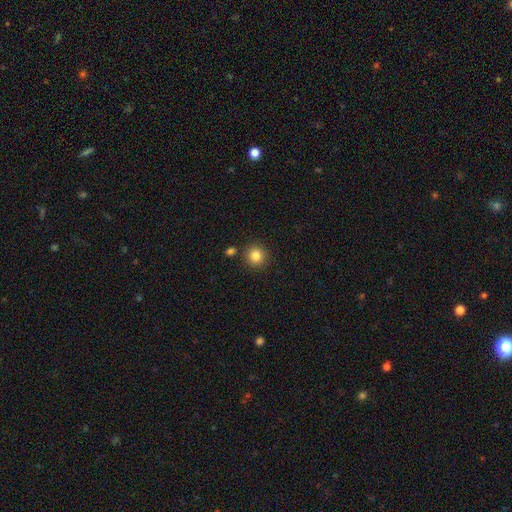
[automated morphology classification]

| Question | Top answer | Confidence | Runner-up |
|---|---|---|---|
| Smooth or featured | smooth | 84% | star or artifact (11%) |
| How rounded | round | 93% | in between (6%) |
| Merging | none | 87% | minor disturbance (7%) |